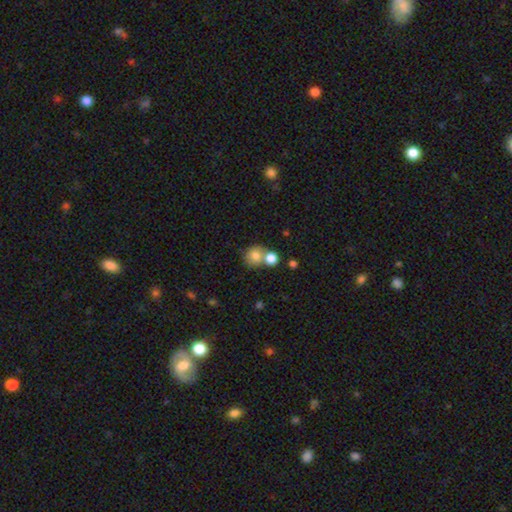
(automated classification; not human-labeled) Overall: smooth (80%). How rounded: round (80%). Merging: none (46%; merger 41%).